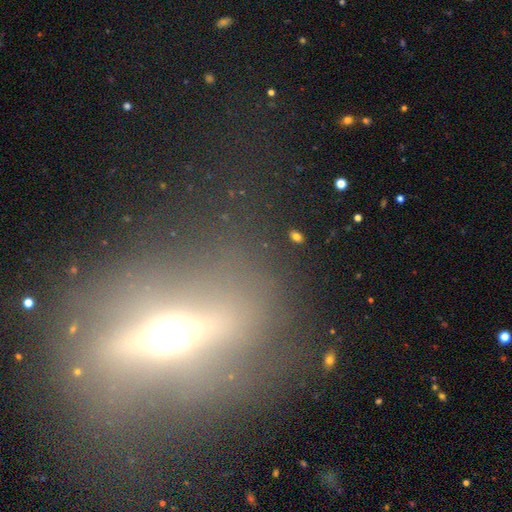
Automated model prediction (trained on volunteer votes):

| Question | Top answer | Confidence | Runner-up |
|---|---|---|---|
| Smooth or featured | featured or disk | 60% | smooth (20%) |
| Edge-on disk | yes | 70% | no (30%) |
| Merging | none | 77% | minor disturbance (10%) |